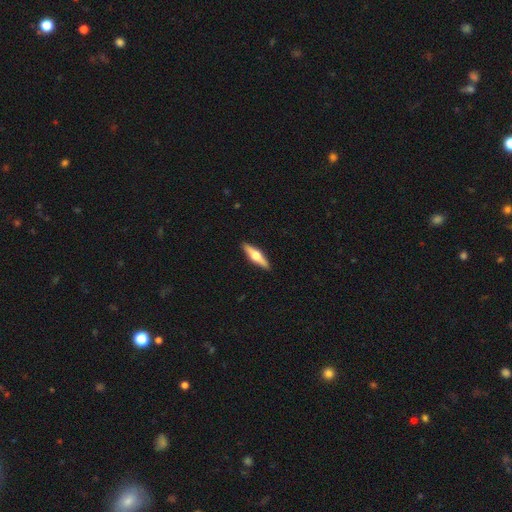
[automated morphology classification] A featured or disk galaxy (61%) viewed edge-on (96%) with a rounded central bulge (94%).

Vote fractions:
- Smooth or featured? featured or disk: 61% / smooth: 34% / star or artifact: 5%
- Edge-on disk? yes: 96% / no: 4%
- Edge-on bulge? rounded: 94% / boxy: 4% / none: 2%
- Merging? none: 91% / minor disturbance: 6% / major disturbance: 1% / merger: 1%